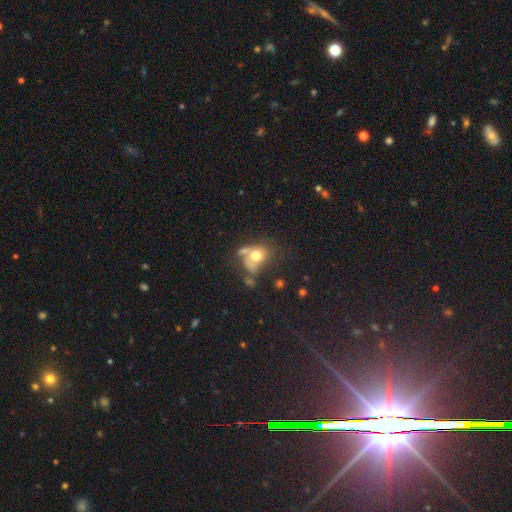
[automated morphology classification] The model was most divided on "merging": none: 31%, merger: 27%, major disturbance: 22%, minor disturbance: 20%. More confident: smooth or featured — smooth (65%); how rounded — round (54%).